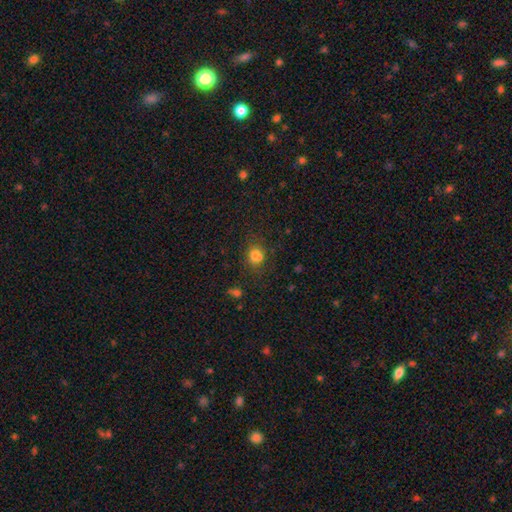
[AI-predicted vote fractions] This is likely a smooth galaxy (76%). How rounded: likely round (69%). Merging: likely none (61%).